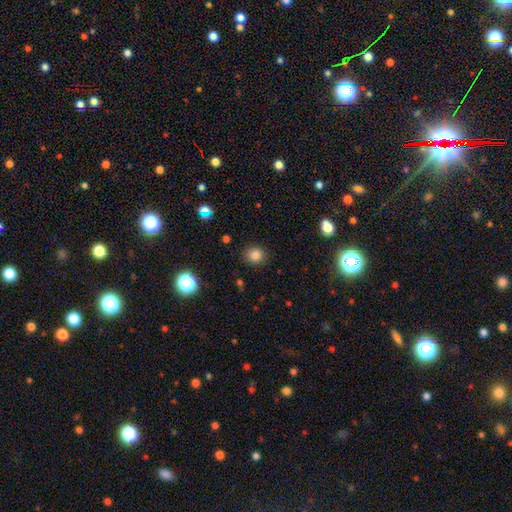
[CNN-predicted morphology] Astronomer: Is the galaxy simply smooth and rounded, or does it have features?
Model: smooth — 82%.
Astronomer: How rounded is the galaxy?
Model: round — 75%.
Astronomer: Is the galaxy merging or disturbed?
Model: none — 88%.